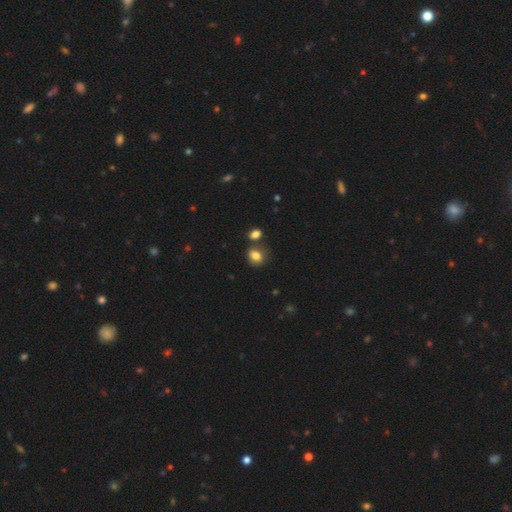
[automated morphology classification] Smooth or featured?
  - smooth: 83% *
  - star or artifact: 10%
  - featured or disk: 7%
How rounded?
  - in between: 59% *
  - round: 40%
  - cigar-shaped: 1%
Merging?
  - none: 67% *
  - merger: 16%
  - minor disturbance: 13%
  - major disturbance: 4%